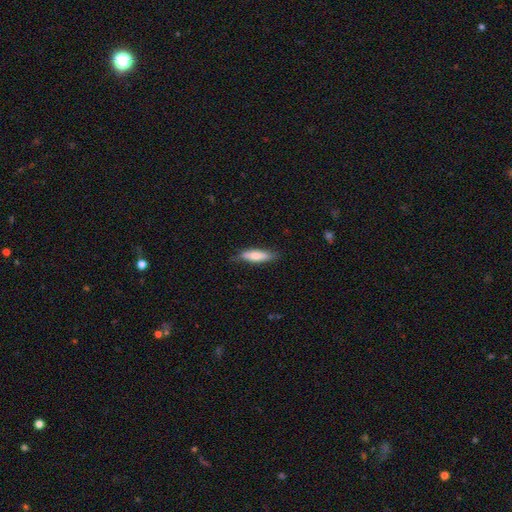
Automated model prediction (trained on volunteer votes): A smooth galaxy with no disk features (71%) that is cigar-shaped (63%). Merging: none (75%).